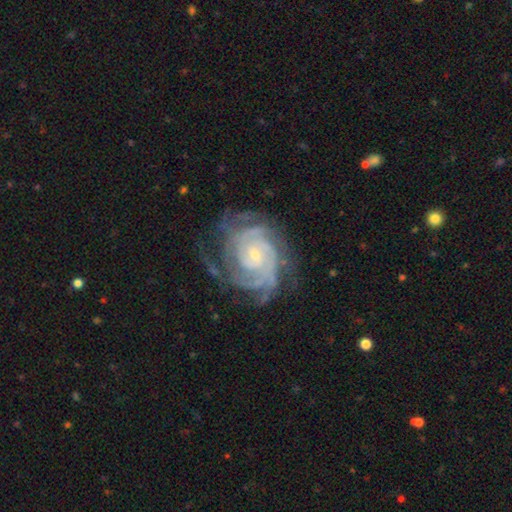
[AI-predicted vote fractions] Overall: featured or disk (90%). Edge-on disk: no (98%). Bar: no (69%). Spiral arms: yes (98%). Spiral arm count: 3 (23%; 4 22%). Spiral winding: tight (75%). Bulge size: small (75%). Merging: none (68%).